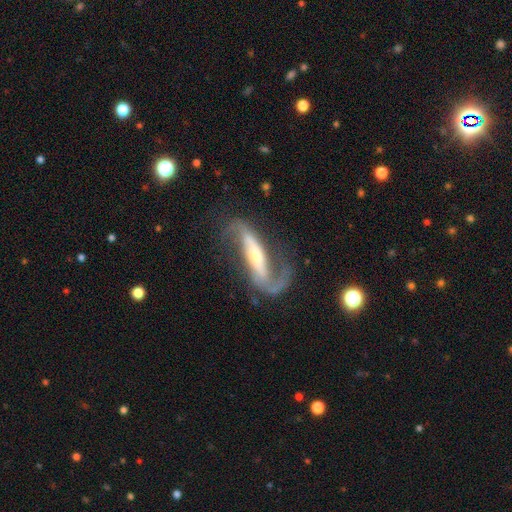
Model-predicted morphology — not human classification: smooth_or_featured: featured or disk (p=0.88) [alt: smooth p=0.08]
disk_edge_on: no (p=0.84) [alt: yes p=0.16]
bar: strong (p=0.57) [alt: weak p=0.22]
has_spiral_arms: yes (p=0.95) [alt: no p=0.05]
spiral_winding: loose (p=0.69) [alt: medium p=0.23]
spiral_arm_count: 2 (p=0.84) [alt: 1 p=0.11]
bulge_size: small (p=0.47) [alt: moderate p=0.44]
merging: none (p=0.63) [alt: major disturbance p=0.17]